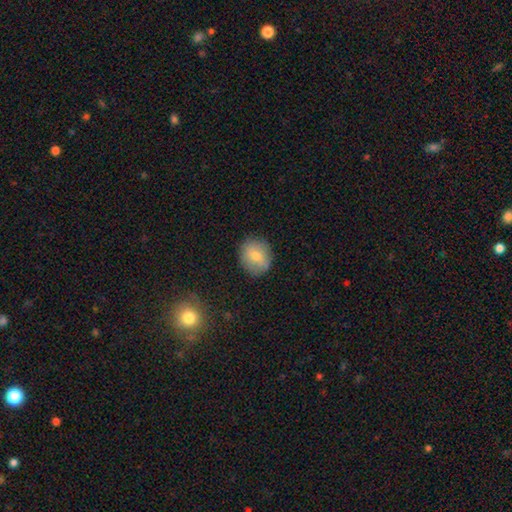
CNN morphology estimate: The model was most divided on "smooth or featured": smooth: 68%, featured or disk: 22%, star or artifact: 10%. More confident: merging — none (85%); how rounded — round (75%).